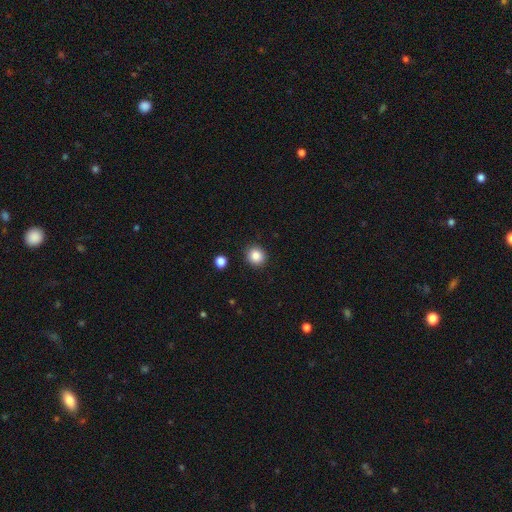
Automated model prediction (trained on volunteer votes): The model was most divided on "how rounded": round: 86%, in between: 13%, cigar-shaped: 1%. More confident: merging — none (91%); smooth or featured — smooth (86%).